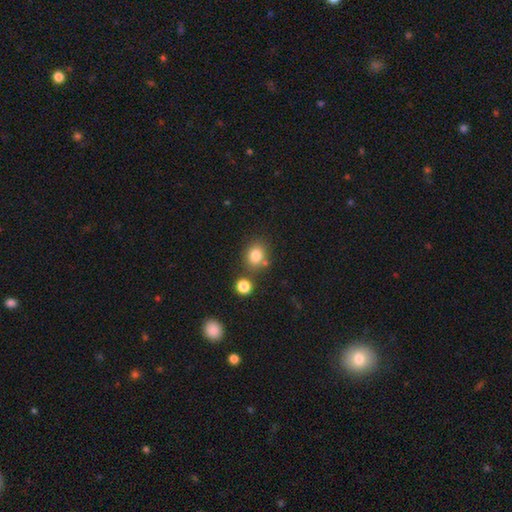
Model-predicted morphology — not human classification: type=smooth (81%); roundness=round (67%); merging=none (71%).